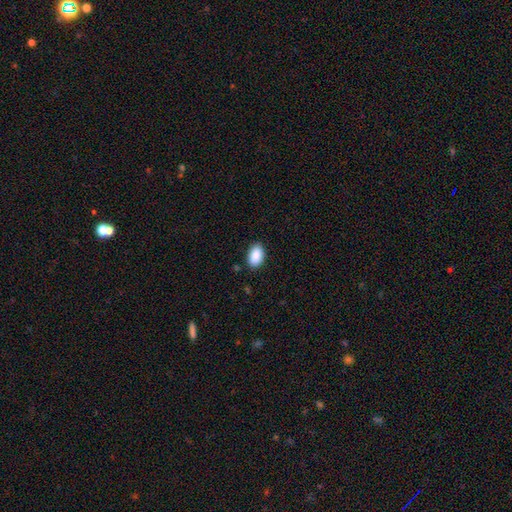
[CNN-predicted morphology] A smooth galaxy with no disk features (91%) that is in between round and cigar-shaped (91%).

Vote fractions:
- Smooth or featured? smooth: 91% / star or artifact: 7% / featured or disk: 3%
- How rounded? in between: 91% / round: 7% / cigar-shaped: 1%
- Merging? none: 88% / minor disturbance: 9% / major disturbance: 2% / merger: 1%